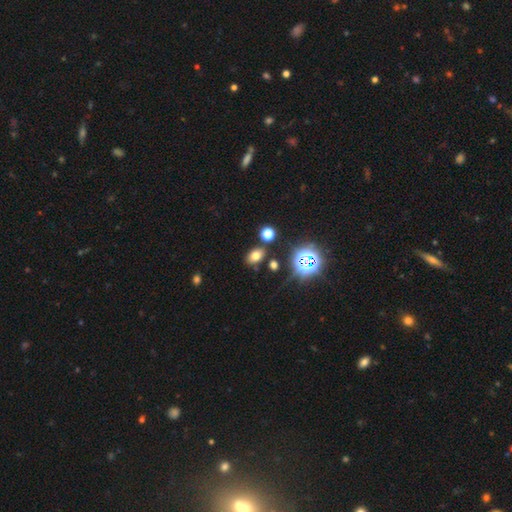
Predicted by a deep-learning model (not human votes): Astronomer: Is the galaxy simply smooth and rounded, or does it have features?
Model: smooth — 66%.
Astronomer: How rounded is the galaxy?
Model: in between — 80%.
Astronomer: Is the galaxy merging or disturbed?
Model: none — 81%.